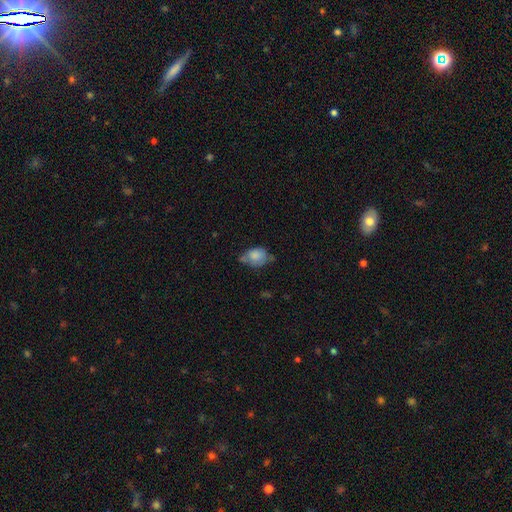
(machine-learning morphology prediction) smooth 77%, featured or disk 15%, star or artifact 8%. Down the decision tree: how rounded — in between (70%); merging — minor disturbance (38%).